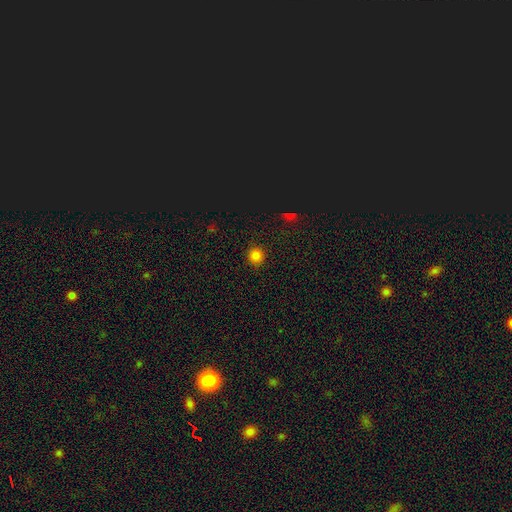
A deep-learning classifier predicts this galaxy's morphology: A smooth galaxy with no disk features (80%) that is round (93%). Merging: none (91%).